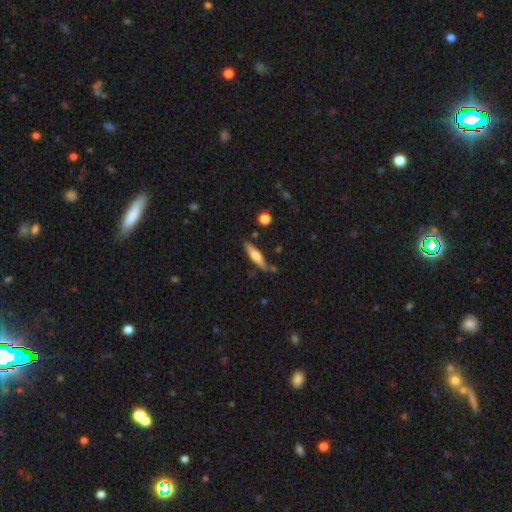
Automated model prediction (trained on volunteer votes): This is possibly a featured or disk galaxy (49%). Merging: likely none (72%).